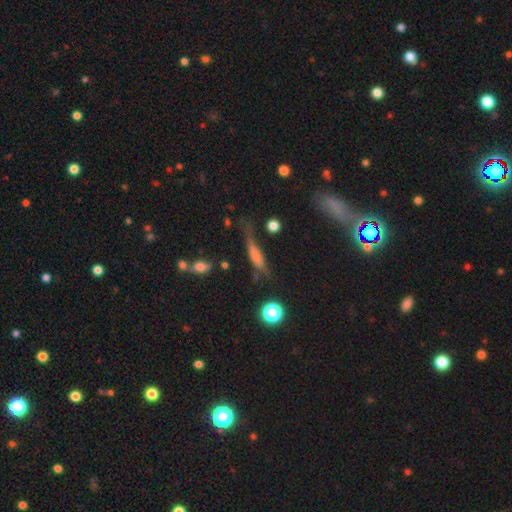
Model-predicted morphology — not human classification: smooth 53%, featured or disk 35%, star or artifact 12%. Down the decision tree: how rounded — cigar-shaped (72%); merging — none (51%).